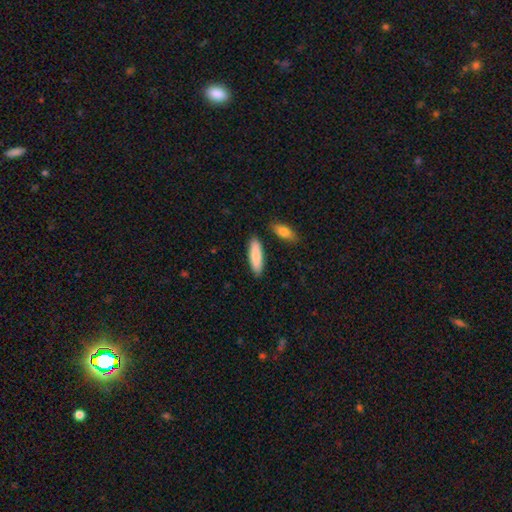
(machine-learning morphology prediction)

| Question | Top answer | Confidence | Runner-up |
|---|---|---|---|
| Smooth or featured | smooth | 84% | featured or disk (10%) |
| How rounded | cigar-shaped | 54% | in between (45%) |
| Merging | none | 85% | minor disturbance (9%) |